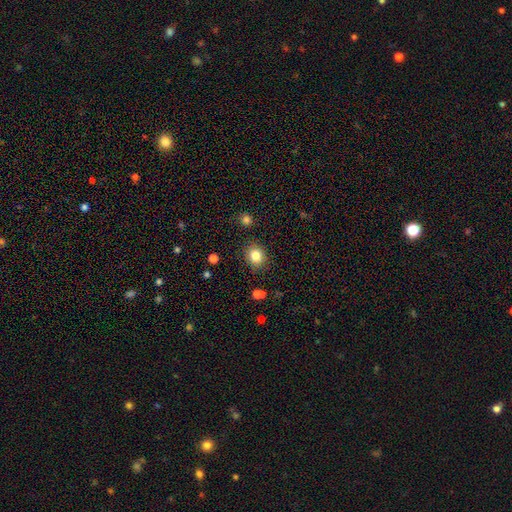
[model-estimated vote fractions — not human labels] This appears to be a smooth galaxy with no disk features (83%) that is round (71%). Merging: none (86%).